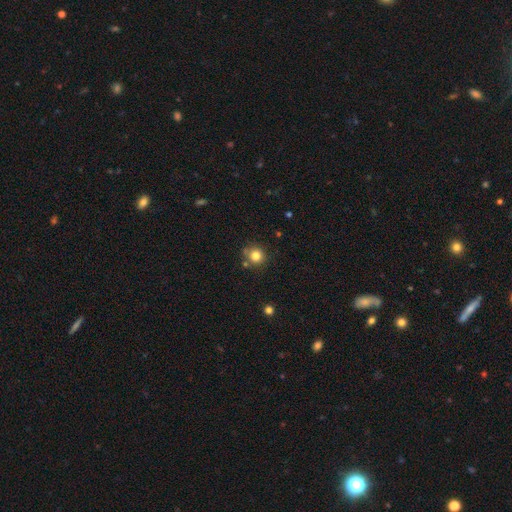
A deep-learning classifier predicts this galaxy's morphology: smooth 81%, star or artifact 12%, featured or disk 6%. Down the decision tree: how rounded — round (91%); merging — none (75%).